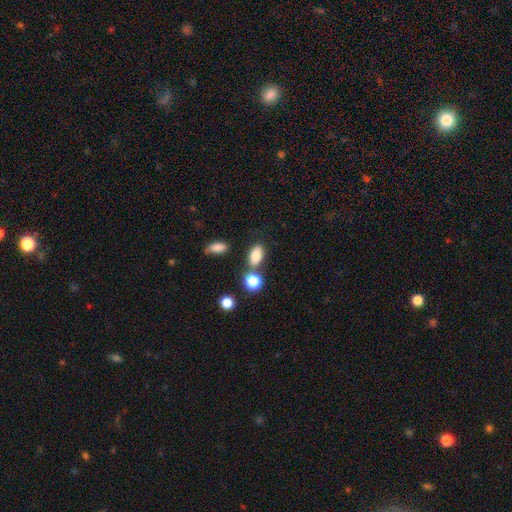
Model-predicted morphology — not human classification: smooth-or-featured: smooth: 83% | star or artifact: 10% | featured or disk: 7%
  how-rounded: in between: 84% | round: 13% | cigar-shaped: 3%
  merging: none: 70% | merger: 14% | minor disturbance: 12% | major disturbance: 4%